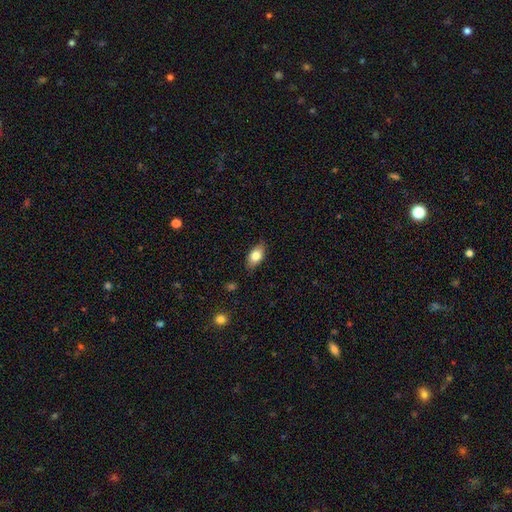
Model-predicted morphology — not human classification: A smooth galaxy with no disk features (78%) that is in between round and cigar-shaped (87%).

Vote fractions:
- Smooth or featured? smooth: 78% / featured or disk: 14% / star or artifact: 7%
- How rounded? in between: 87% / round: 8% / cigar-shaped: 5%
- Merging? none: 82% / minor disturbance: 15% / major disturbance: 3% / merger: 1%